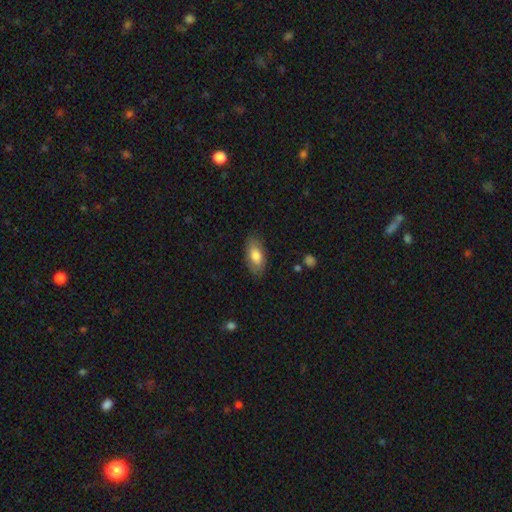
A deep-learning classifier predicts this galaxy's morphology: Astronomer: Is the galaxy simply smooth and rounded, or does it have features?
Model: smooth — 78%.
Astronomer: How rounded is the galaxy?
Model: in between — 90%.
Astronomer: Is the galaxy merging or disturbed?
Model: none — 82%.